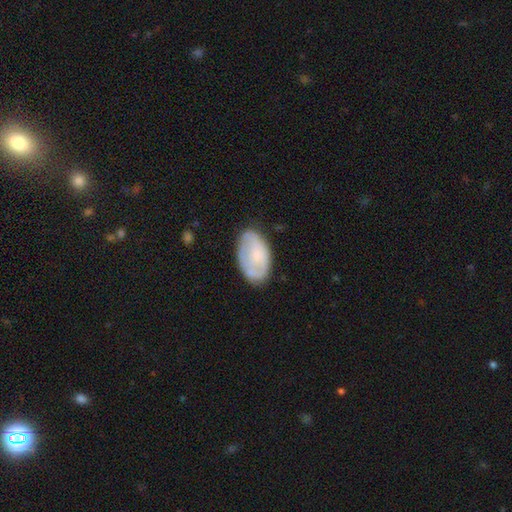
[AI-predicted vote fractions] This appears to be a smooth galaxy with no disk features (53%) that is in between round and cigar-shaped (93%). Merging: none (69%).